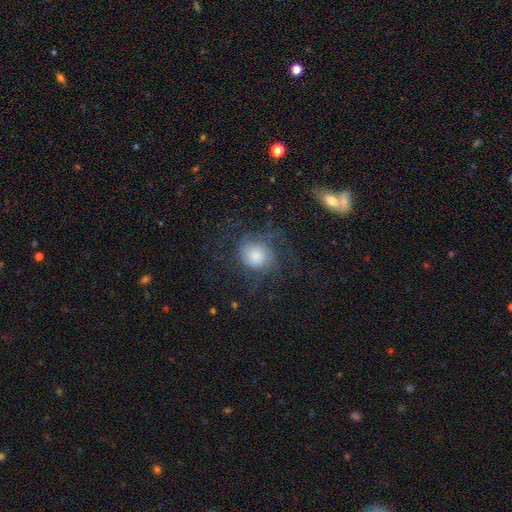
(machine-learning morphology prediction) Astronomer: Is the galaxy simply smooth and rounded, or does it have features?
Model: featured or disk — 55% (runner-up: smooth, 33%).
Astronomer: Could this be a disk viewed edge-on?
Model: no — 97%.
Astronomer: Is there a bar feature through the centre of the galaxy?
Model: no — 78%.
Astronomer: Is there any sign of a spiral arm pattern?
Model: yes — 85%.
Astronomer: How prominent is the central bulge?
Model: large — 39% (runner-up: moderate, 32%).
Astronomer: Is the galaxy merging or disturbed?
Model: none — 53% (runner-up: major disturbance, 28%).